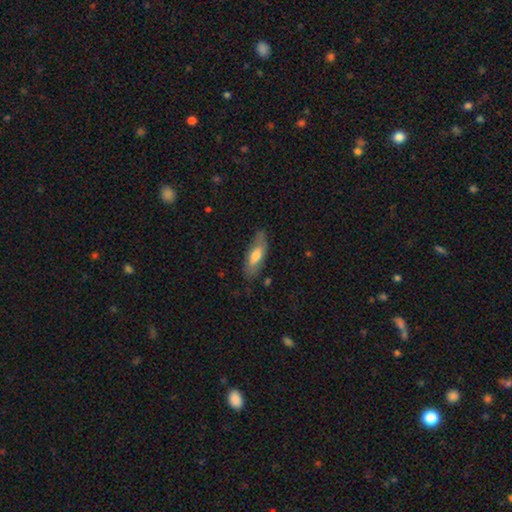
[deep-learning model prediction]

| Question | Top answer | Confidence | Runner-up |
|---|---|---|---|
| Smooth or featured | smooth | 64% | featured or disk (30%) |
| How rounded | in between | 62% | cigar-shaped (36%) |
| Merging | none | 72% | minor disturbance (21%) |